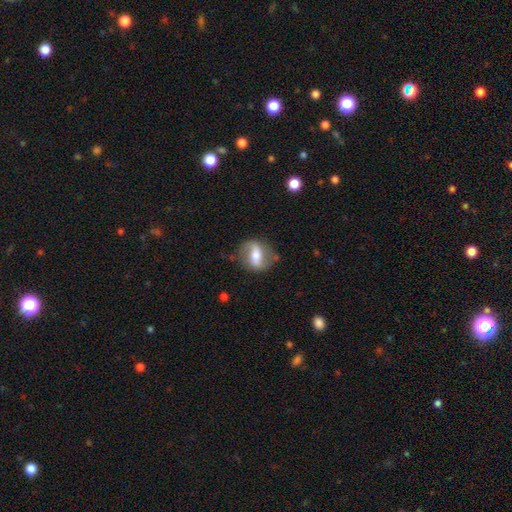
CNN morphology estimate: A featured or disk galaxy (63%) with a strong bar (45%), spiral arms (75%) and a moderate central bulge (60%). Merging: none (76%).